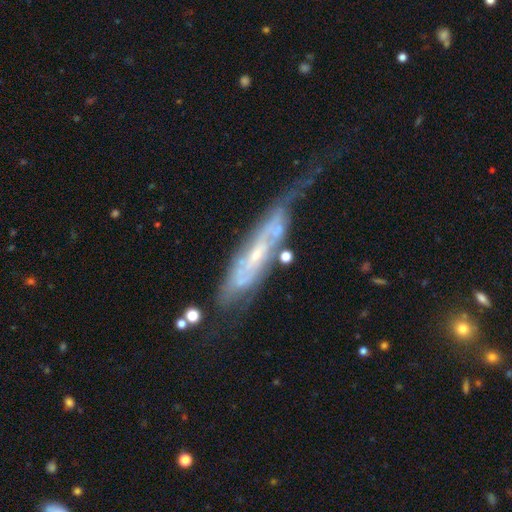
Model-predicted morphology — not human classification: smooth_or_featured: featured or disk (p=0.79) [alt: smooth p=0.14]
disk_edge_on: no (p=0.67) [alt: yes p=0.33]
bar: no (p=0.51) [alt: weak p=0.33]
has_spiral_arms: yes (p=0.83) [alt: no p=0.17]
bulge_size: small (p=0.71) [alt: moderate p=0.21]
merging: none (p=0.37) [alt: major disturbance p=0.28]